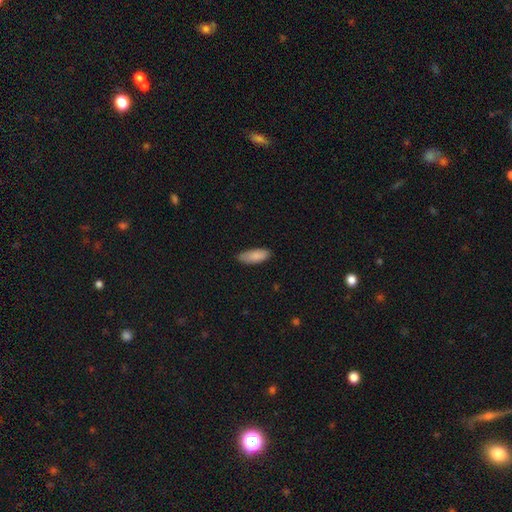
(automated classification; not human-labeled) A smooth galaxy with no disk features (87%) that is in between round and cigar-shaped (74%). Merging: none (83%).